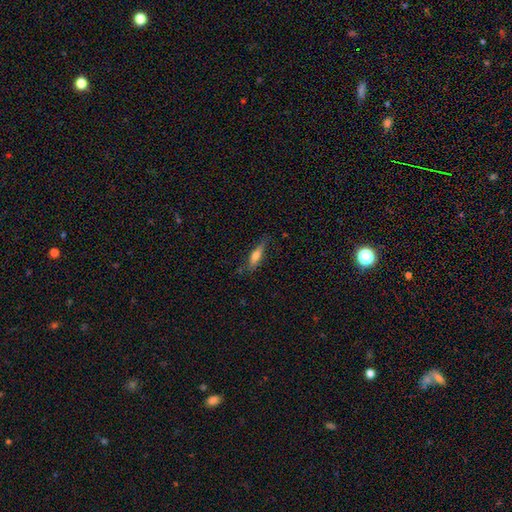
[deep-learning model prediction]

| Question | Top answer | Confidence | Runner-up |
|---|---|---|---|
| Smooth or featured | smooth | 59% | featured or disk (34%) |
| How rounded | cigar-shaped | 69% | in between (29%) |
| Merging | none | 74% | minor disturbance (19%) |